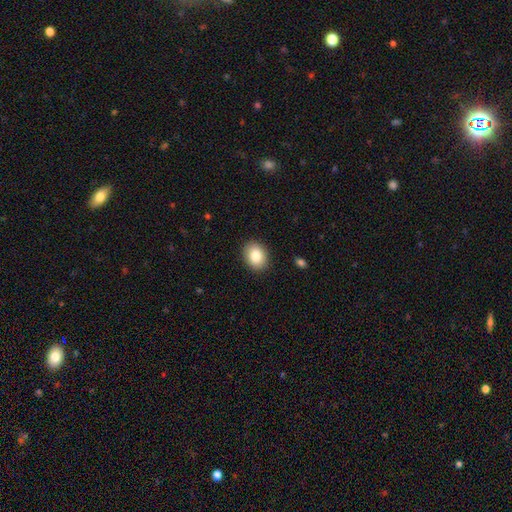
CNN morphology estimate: A smooth galaxy with no disk features (85%) that is in between round and cigar-shaped (59%). Merging: none (90%).